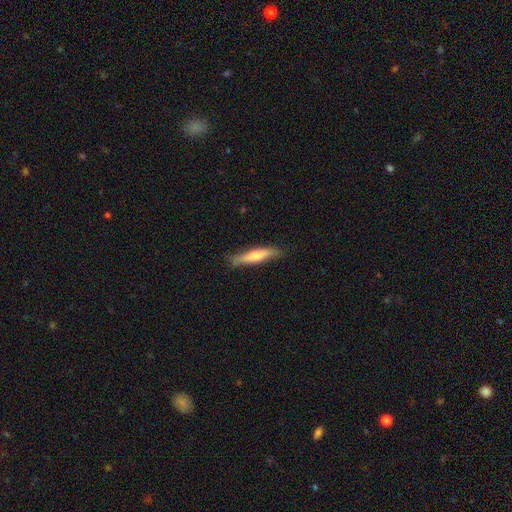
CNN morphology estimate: This is likely a smooth galaxy (63%). How rounded: clearly cigar-shaped (88%). Merging: clearly none (81%).